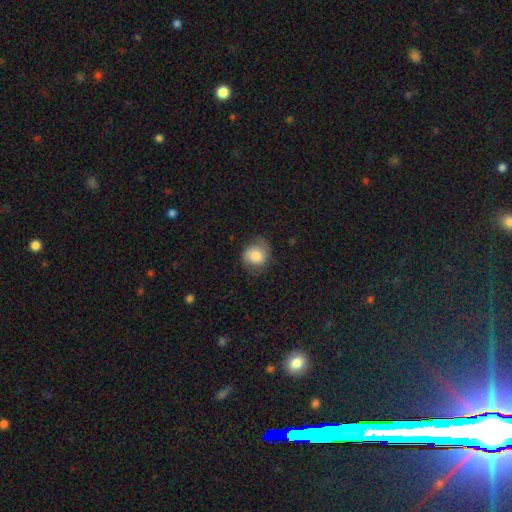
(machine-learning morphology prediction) smooth_or_featured: smooth (p=0.68) [alt: featured or disk p=0.24]
how_rounded: round (p=0.69) [alt: in between p=0.30]
merging: none (p=0.67) [alt: minor disturbance p=0.24]